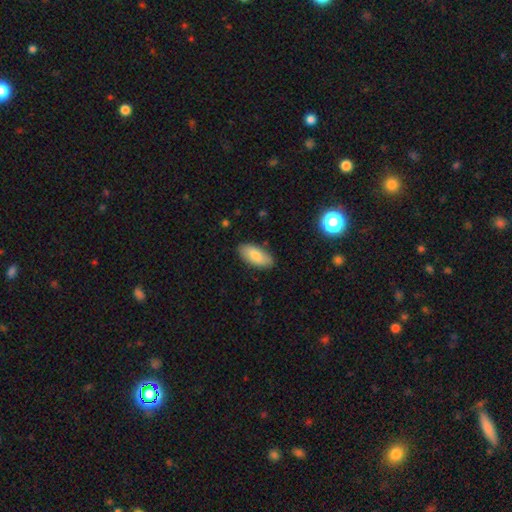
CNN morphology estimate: smooth 79%, featured or disk 15%, star or artifact 6%. Down the decision tree: how rounded — in between (89%); merging — none (85%).